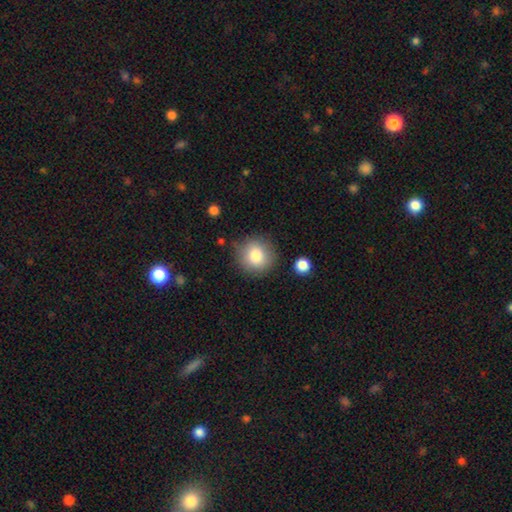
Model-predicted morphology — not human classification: type=smooth (82%); roundness=round (93%); merging=none (83%).